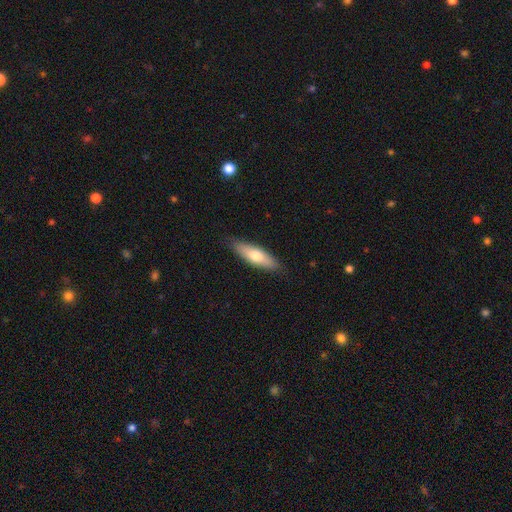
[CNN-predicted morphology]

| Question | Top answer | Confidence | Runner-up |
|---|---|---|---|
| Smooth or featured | smooth | 65% | featured or disk (29%) |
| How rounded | cigar-shaped | 49% | tied: in between (49%) |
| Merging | none | 85% | minor disturbance (12%) |